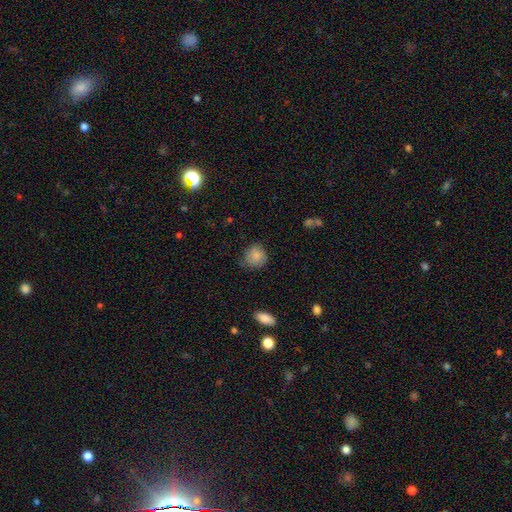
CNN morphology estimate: Smooth or featured? Predicted: smooth (p=0.81). How rounded? Predicted: round (p=0.81). Merging? Predicted: none (p=0.66).